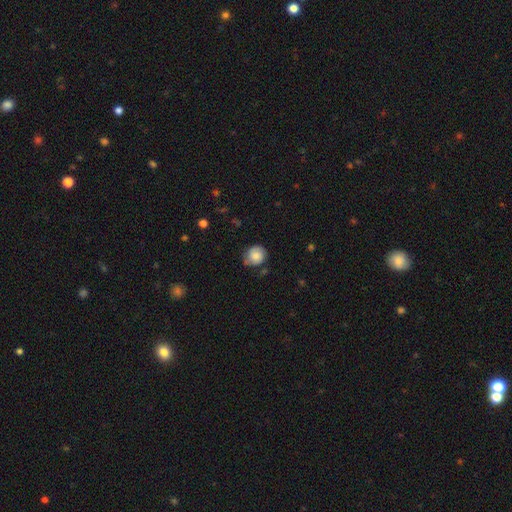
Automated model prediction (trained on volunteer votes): Smooth or featured? Predicted: smooth (p=0.67). How rounded? Predicted: round (p=0.83). Merging? Predicted: none (p=0.65).